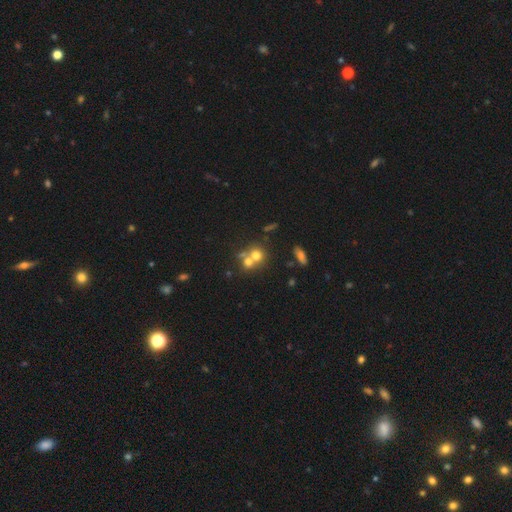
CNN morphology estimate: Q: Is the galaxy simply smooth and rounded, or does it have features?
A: smooth — 65%.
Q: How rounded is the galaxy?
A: round — 80%.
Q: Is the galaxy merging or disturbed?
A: merger — 53%.